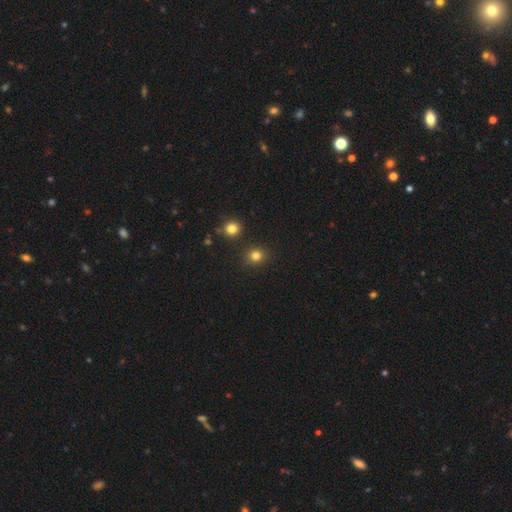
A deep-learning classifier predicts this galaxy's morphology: A smooth galaxy with no disk features (81%) that is round (87%). Merging: none (87%).